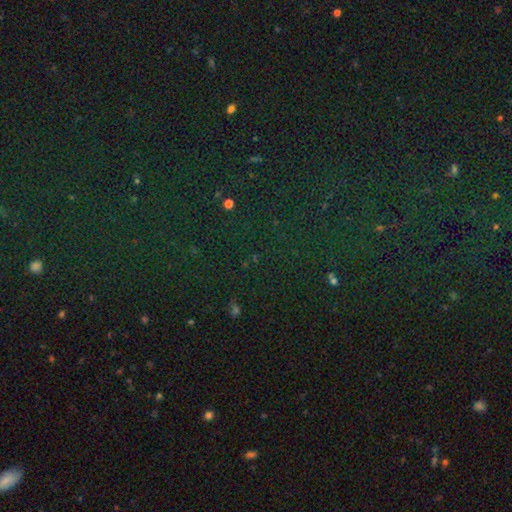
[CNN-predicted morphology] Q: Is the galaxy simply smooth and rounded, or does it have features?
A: star or artifact — 81%.